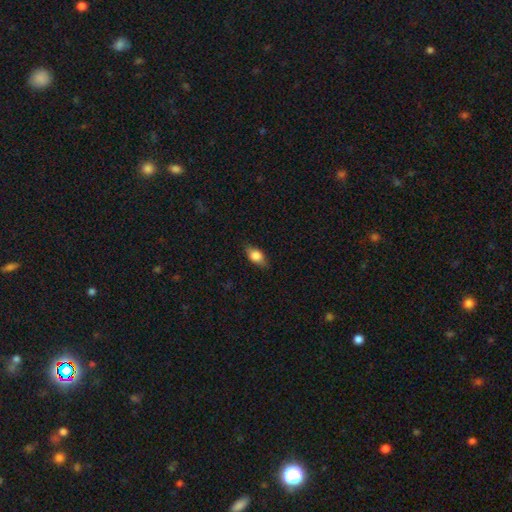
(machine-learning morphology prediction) A smooth galaxy with no disk features (77%) that is in between round and cigar-shaped (81%).

Vote fractions:
- Smooth or featured? smooth: 77% / featured or disk: 15% / star or artifact: 8%
- How rounded? in between: 81% / round: 12% / cigar-shaped: 7%
- Merging? none: 80% / minor disturbance: 16% / major disturbance: 3% / merger: 1%